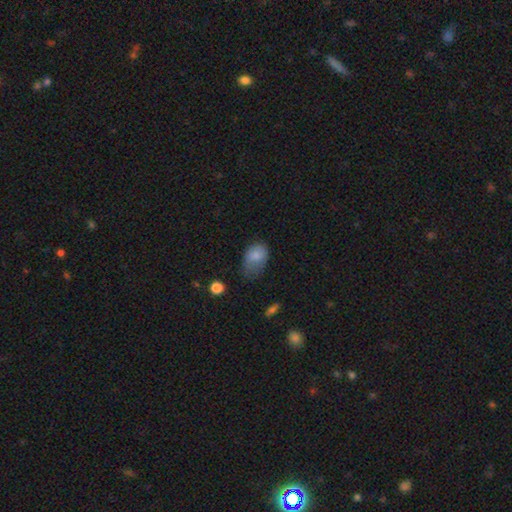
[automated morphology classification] Q: Smooth or featured?
A: smooth (81%); runner-up: featured or disk (10%)
Q: How rounded?
A: in between (77%); runner-up: round (22%)
Q: Merging?
A: minor disturbance (42%); runner-up: none (33%)